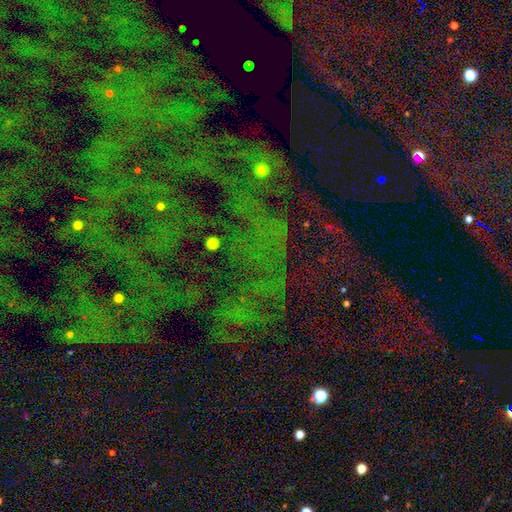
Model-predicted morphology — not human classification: Smooth or featured?
  - star or artifact: 83% *
  - smooth: 9%
  - featured or disk: 8%